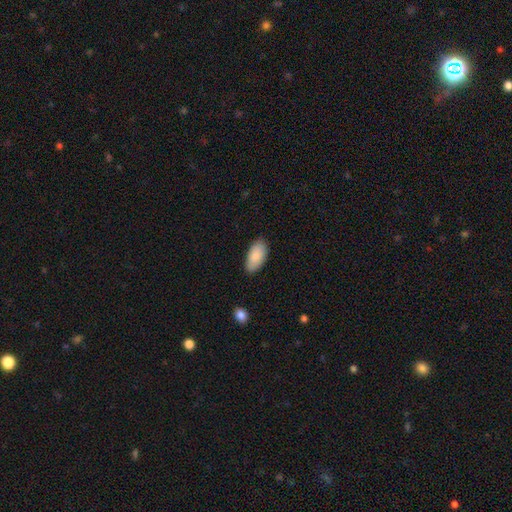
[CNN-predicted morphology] Smooth or featured? smooth (88%)
How rounded? in between (94%)
Merging? none (84%)